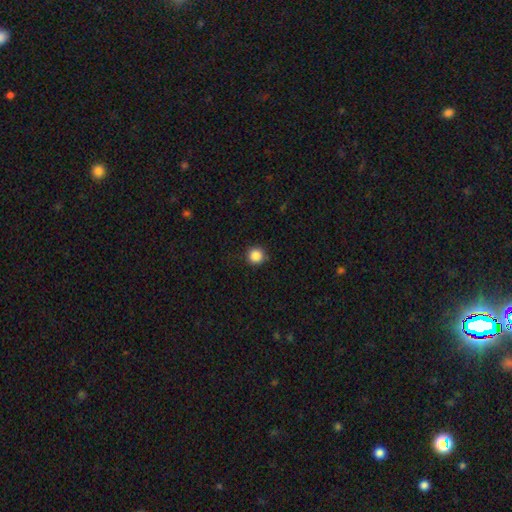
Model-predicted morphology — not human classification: This appears to be a smooth galaxy with no disk features (87%) that is round (95%). Merging: none (90%).